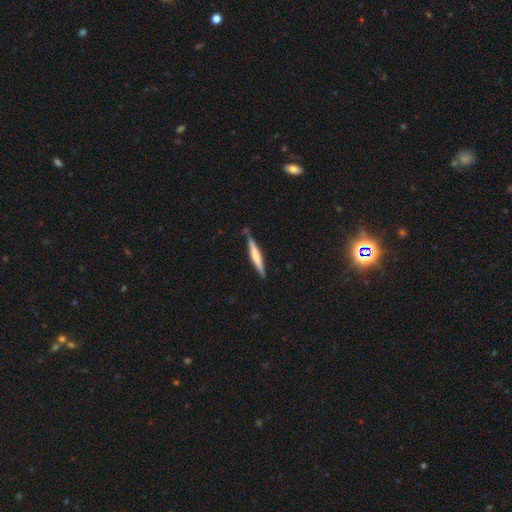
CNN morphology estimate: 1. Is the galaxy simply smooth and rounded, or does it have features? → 51% smooth, 43% featured or disk, 5% star or artifact.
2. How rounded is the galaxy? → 94% cigar-shaped, 5% in between, 1% round.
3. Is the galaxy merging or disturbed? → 80% none, 15% minor disturbance, 3% merger, 2% major disturbance.